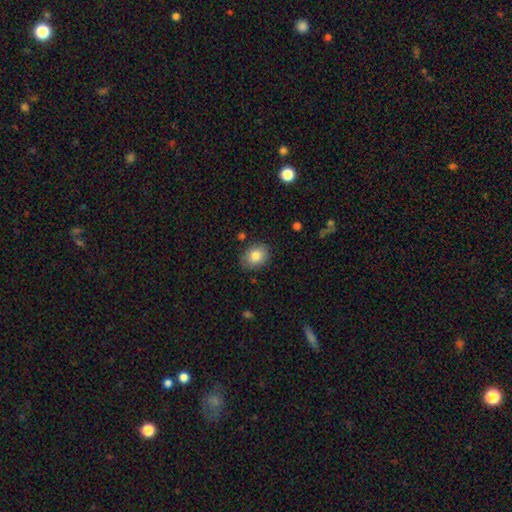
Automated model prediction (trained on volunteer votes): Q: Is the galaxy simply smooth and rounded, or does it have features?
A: smooth — 83%.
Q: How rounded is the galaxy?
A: in between — 59%.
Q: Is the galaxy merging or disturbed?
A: none — 83%.